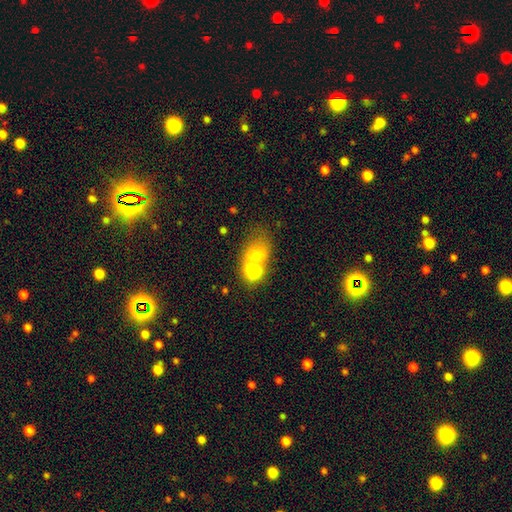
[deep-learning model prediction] smooth_or_featured: smooth (p=0.65) [alt: star or artifact p=0.18]
how_rounded: in between (p=0.56) [alt: round p=0.42]
merging: merger (p=0.42) [alt: none p=0.37]